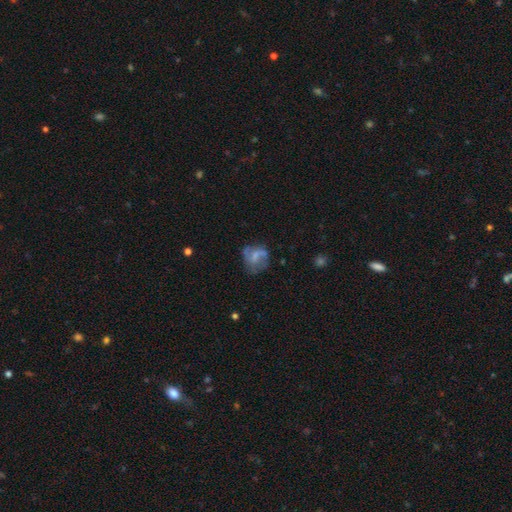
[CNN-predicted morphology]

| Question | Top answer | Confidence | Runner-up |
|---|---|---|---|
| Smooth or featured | featured or disk | 47% | smooth (42%) |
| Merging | none | 49% | minor disturbance (24%) |